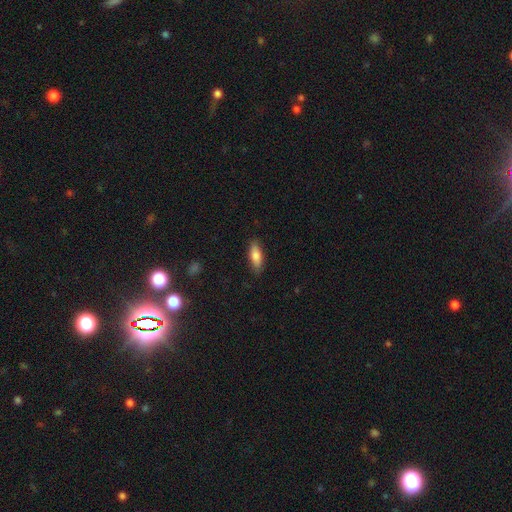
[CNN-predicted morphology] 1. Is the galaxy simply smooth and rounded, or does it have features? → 80% smooth, 14% featured or disk, 6% star or artifact.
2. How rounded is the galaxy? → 66% in between, 32% cigar-shaped, 2% round.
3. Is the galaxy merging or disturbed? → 86% none, 11% minor disturbance, 2% major disturbance, 1% merger.